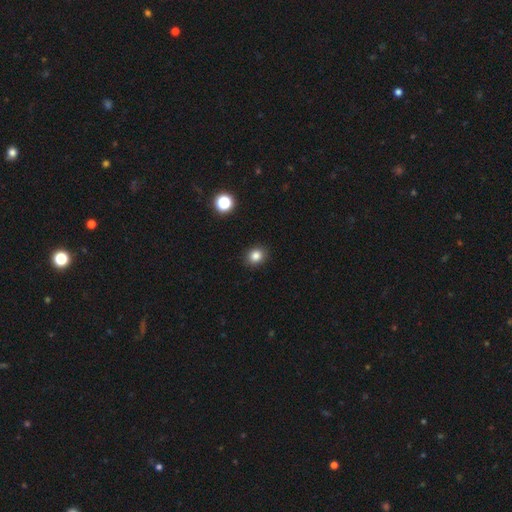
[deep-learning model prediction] A smooth galaxy with no disk features (83%) that is round (69%).

Vote fractions:
- Smooth or featured? smooth: 83% / star or artifact: 12% / featured or disk: 5%
- How rounded? round: 69% / in between: 30% / cigar-shaped: 1%
- Merging? none: 91% / minor disturbance: 6% / major disturbance: 2% / merger: 1%